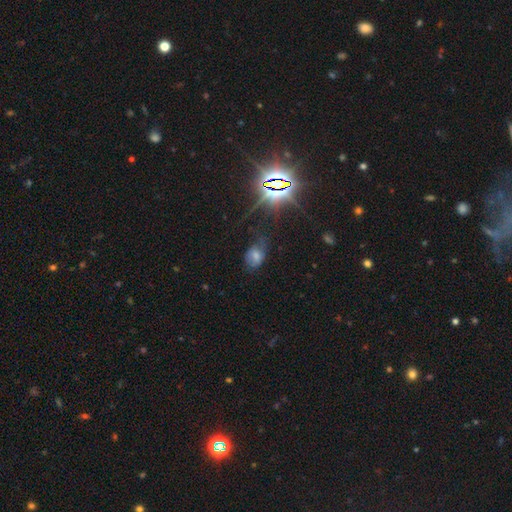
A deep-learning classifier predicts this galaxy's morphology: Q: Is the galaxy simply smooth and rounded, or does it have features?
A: star or artifact — 49%.